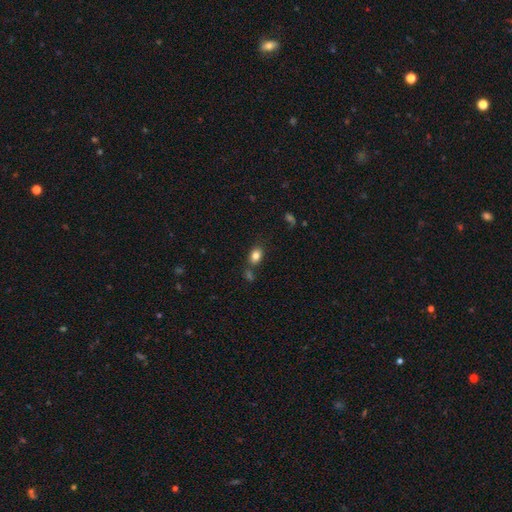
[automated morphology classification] A smooth galaxy with no disk features (82%) that is in between round and cigar-shaped (67%).

Vote fractions:
- Smooth or featured? smooth: 82% / star or artifact: 10% / featured or disk: 7%
- How rounded? in between: 67% / round: 32% / cigar-shaped: 1%
- Merging? none: 70% / minor disturbance: 13% / merger: 13% / major disturbance: 4%